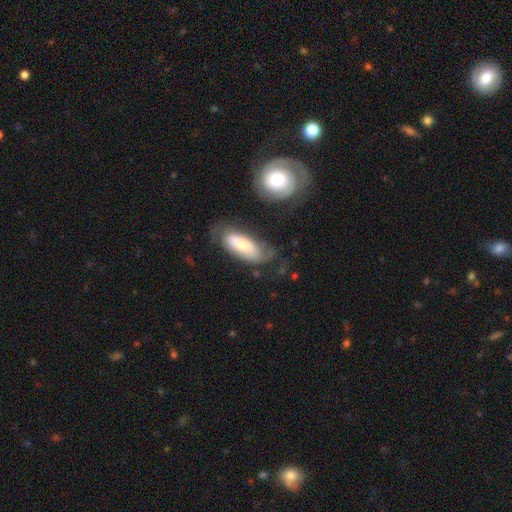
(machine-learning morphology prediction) This is possibly a featured or disk galaxy (49%). Merging: possibly none (57%).